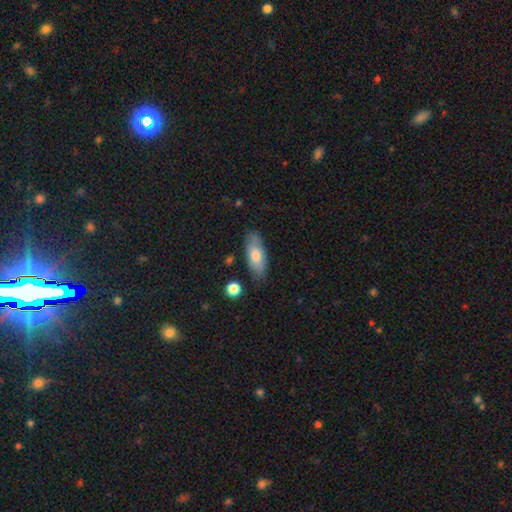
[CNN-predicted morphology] Smooth or featured?
  - smooth: 73% *
  - featured or disk: 21%
  - star or artifact: 6%
How rounded?
  - in between: 79% *
  - cigar-shaped: 18%
  - round: 3%
Merging?
  - none: 81% *
  - minor disturbance: 14%
  - major disturbance: 3%
  - merger: 2%